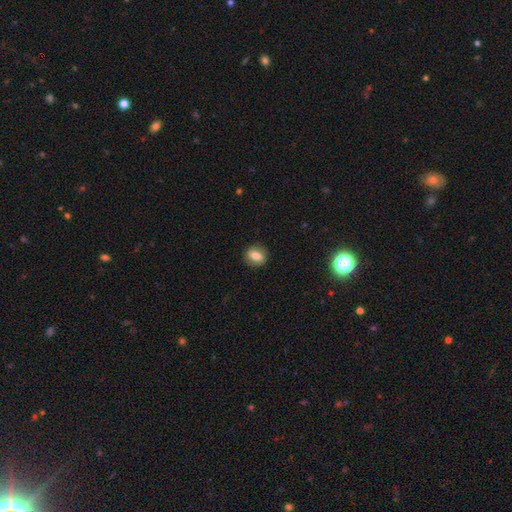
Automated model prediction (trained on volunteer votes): Smooth or featured?
  - smooth: 75% *
  - featured or disk: 16%
  - star or artifact: 9%
How rounded?
  - in between: 55% *
  - round: 43%
  - cigar-shaped: 2%
Merging?
  - none: 85% *
  - minor disturbance: 11%
  - major disturbance: 3%
  - merger: 1%